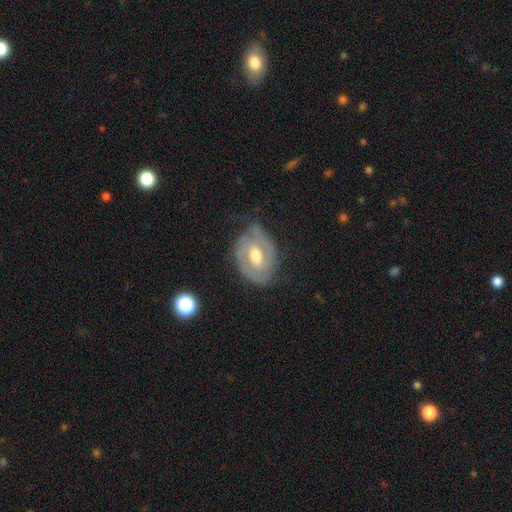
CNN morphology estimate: Q: Smooth or featured?
A: featured or disk (80%); runner-up: smooth (14%)
Q: Edge-on disk?
A: no (96%); runner-up: yes (4%)
Q: Bar?
A: weak (51%); runner-up: no (29%)
Q: Spiral arms?
A: yes (86%); runner-up: no (14%)
Q: Spiral winding?
A: tight (55%); runner-up: medium (35%)
Q: Spiral arm count?
A: 2 (71%); runner-up: can't tell (16%)
Q: Bulge size?
A: moderate (74%); runner-up: small (15%)
Q: Merging?
A: none (64%); runner-up: minor disturbance (25%)